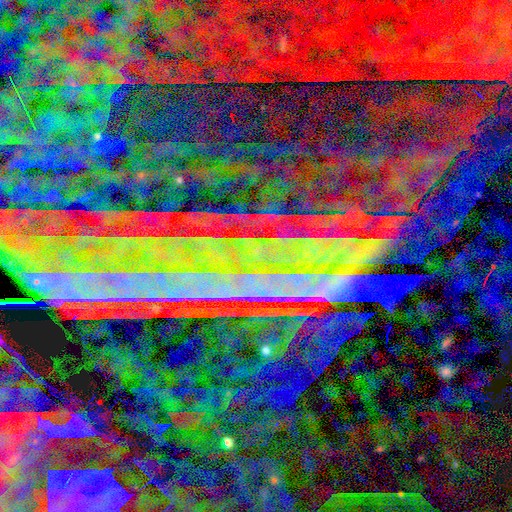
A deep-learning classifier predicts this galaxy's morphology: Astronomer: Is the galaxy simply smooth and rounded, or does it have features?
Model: star or artifact — 89%.